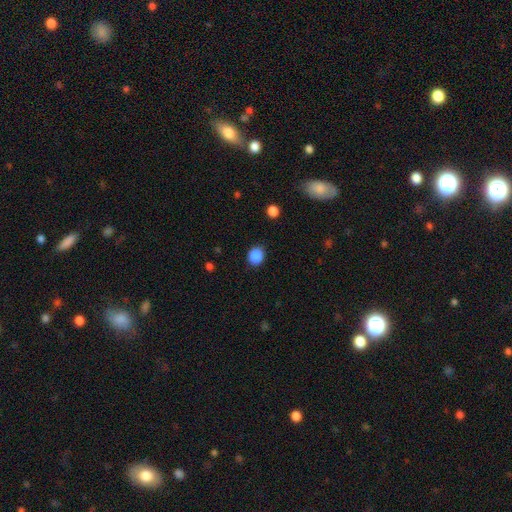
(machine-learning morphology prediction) smooth 87%, star or artifact 10%, featured or disk 3%. Down the decision tree: how rounded — round (75%); merging — none (89%).